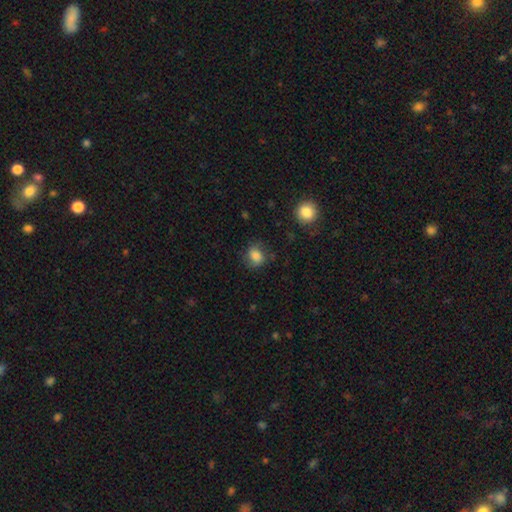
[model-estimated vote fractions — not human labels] smooth-or-featured: smooth: 80% | featured or disk: 10% | star or artifact: 10%
  how-rounded: round: 58% | in between: 41% | cigar-shaped: 1%
  merging: none: 71% | minor disturbance: 20% | major disturbance: 8% | merger: 2%